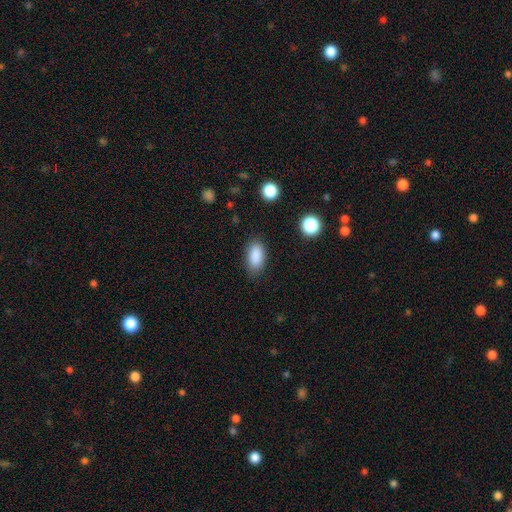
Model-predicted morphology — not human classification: A smooth galaxy with no disk features (88%) that is in between round and cigar-shaped (92%). Merging: none (85%).